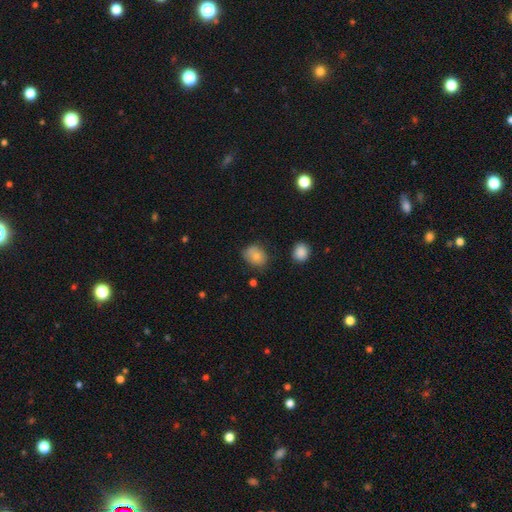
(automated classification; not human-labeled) The model was most divided on "how rounded": round: 50%, in between: 49%, cigar-shaped: 1%. More confident: smooth or featured — smooth (75%); merging — none (63%).